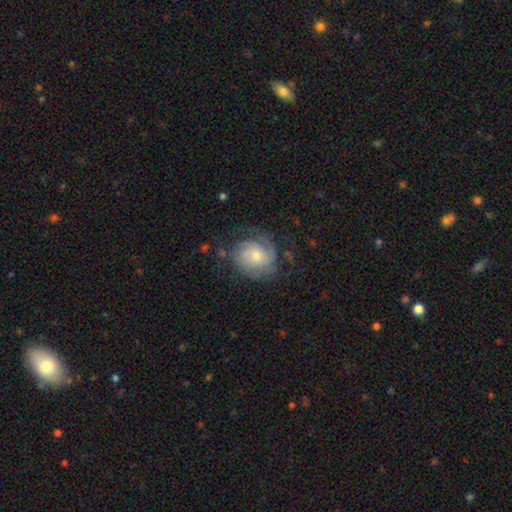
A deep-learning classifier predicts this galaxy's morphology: Smooth or featured? Predicted: featured or disk (p=0.77). Edge-on disk? Predicted: no (p=0.98). Bar? Predicted: no (p=0.72). Spiral arms? Predicted: yes (p=0.94). Spiral winding? Predicted: tight (p=0.59). Spiral arm count? Predicted: 2 (p=0.36). Bulge size? Predicted: moderate (p=0.54). Merging? Predicted: none (p=0.69).